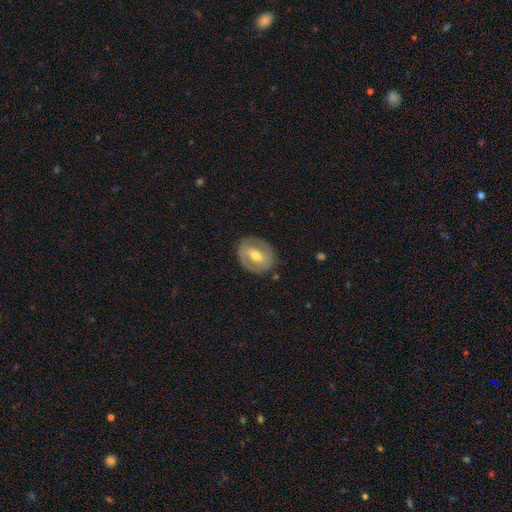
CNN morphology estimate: Q: Smooth or featured?
A: featured or disk (68%); runner-up: smooth (26%)
Q: Edge-on disk?
A: no (95%); runner-up: yes (5%)
Q: Bar?
A: weak (41%); runner-up: strong (37%)
Q: Spiral arms?
A: yes (62%); runner-up: no (38%)
Q: Bulge size?
A: moderate (65%); runner-up: small (30%)
Q: Merging?
A: none (82%); runner-up: minor disturbance (13%)